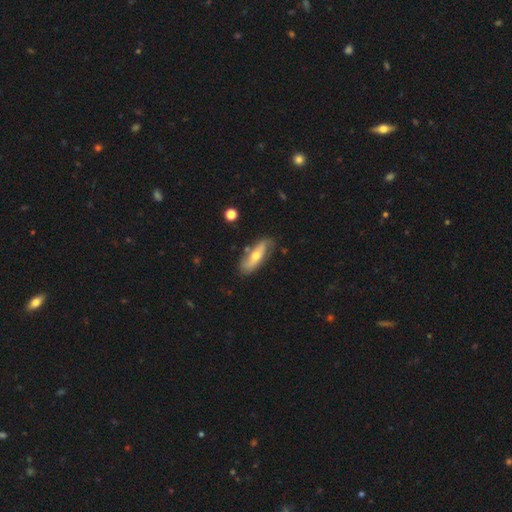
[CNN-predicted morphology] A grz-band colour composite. It shows a featured or disk galaxy (55%). Merging: none (73%).